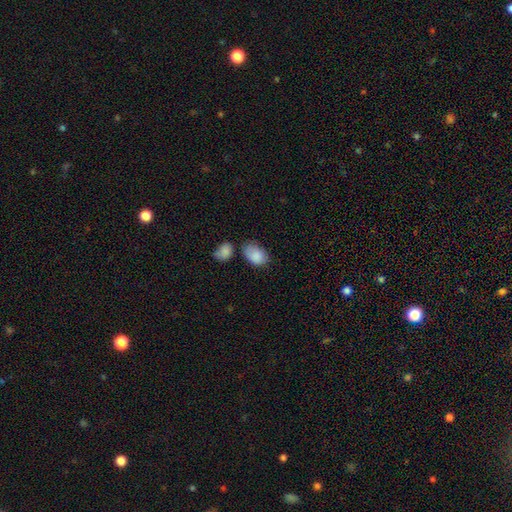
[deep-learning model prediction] Smooth or featured: smooth — 86% (star or artifact — 7%)
How rounded: in between — 88% (round — 11%)
Merging: none — 54% (minor disturbance — 27%)